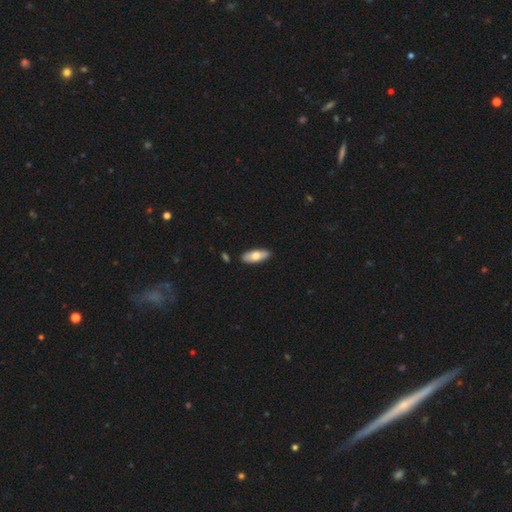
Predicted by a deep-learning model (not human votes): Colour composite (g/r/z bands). It shows a smooth galaxy with no disk features (66%) that is in between round and cigar-shaped (78%). Merging: none (88%).